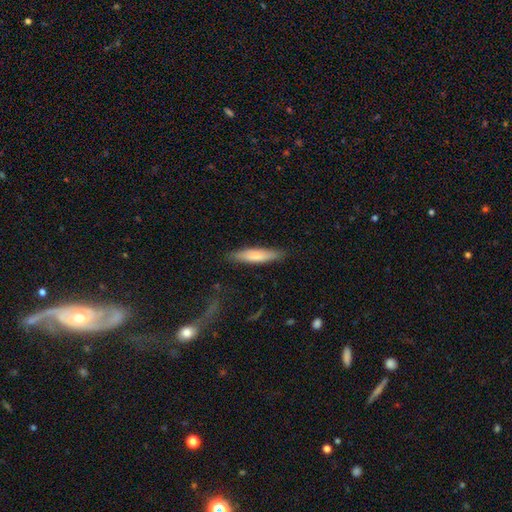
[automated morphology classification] Smooth or featured: smooth — 77% (featured or disk — 18%)
How rounded: cigar-shaped — 79% (in between — 19%)
Merging: none — 84% (minor disturbance — 12%)